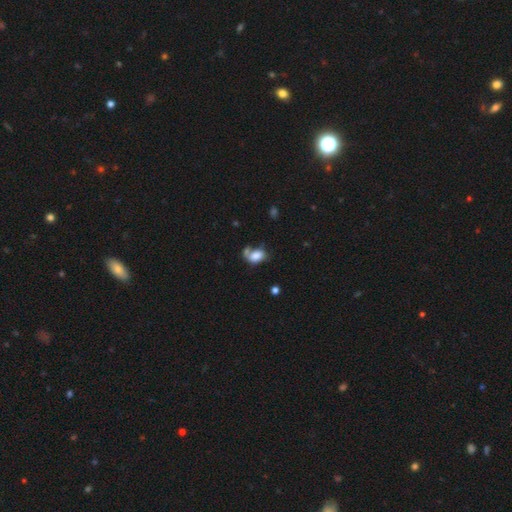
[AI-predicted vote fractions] smooth 78%, featured or disk 12%, star or artifact 10%. Down the decision tree: how rounded — in between (82%); merging — none (37%).